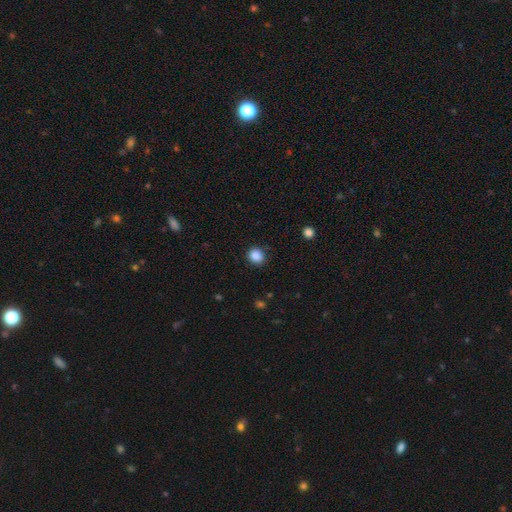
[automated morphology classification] Smooth or featured: smooth — 87% (star or artifact — 10%)
How rounded: round — 75% (in between — 24%)
Merging: none — 83% (minor disturbance — 12%)